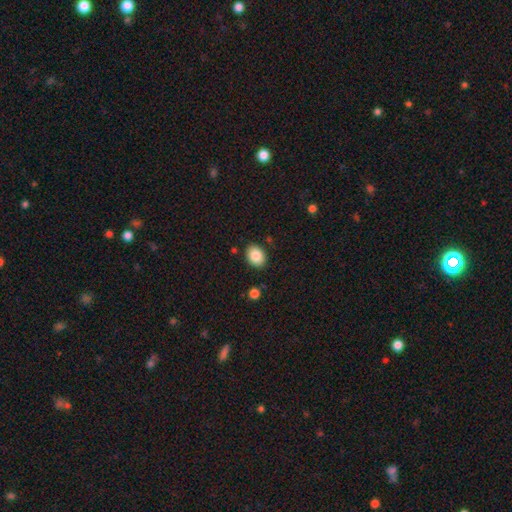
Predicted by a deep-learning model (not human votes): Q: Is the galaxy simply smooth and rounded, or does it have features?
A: smooth — 86%.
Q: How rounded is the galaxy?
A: in between — 69%.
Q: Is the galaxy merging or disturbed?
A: none — 87%.